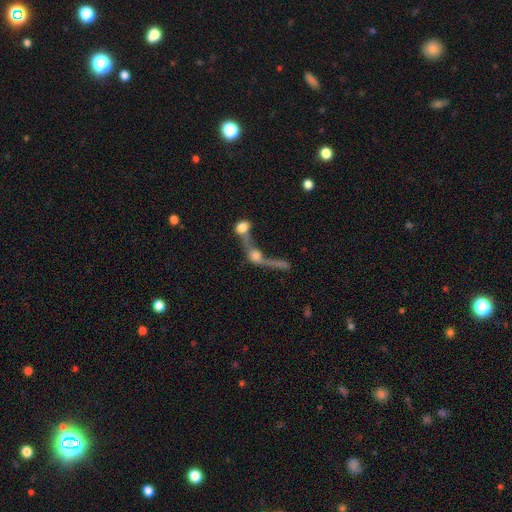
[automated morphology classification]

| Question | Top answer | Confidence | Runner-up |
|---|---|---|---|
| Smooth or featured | smooth | 47% | featured or disk (39%) |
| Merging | merger | 68% | none (14%) |